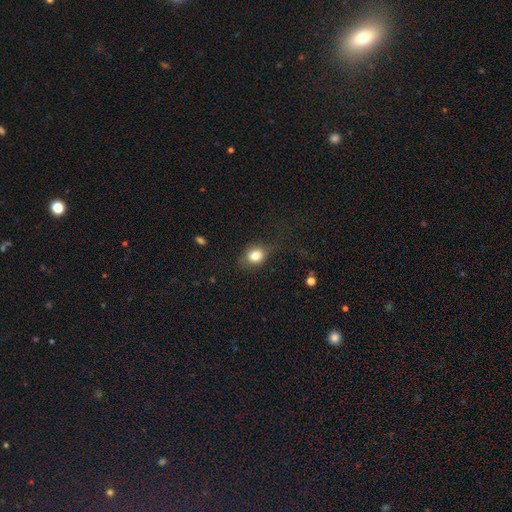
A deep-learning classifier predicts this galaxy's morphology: smooth 80%, star or artifact 11%, featured or disk 9%. Down the decision tree: how rounded — round (62%); merging — none (66%).